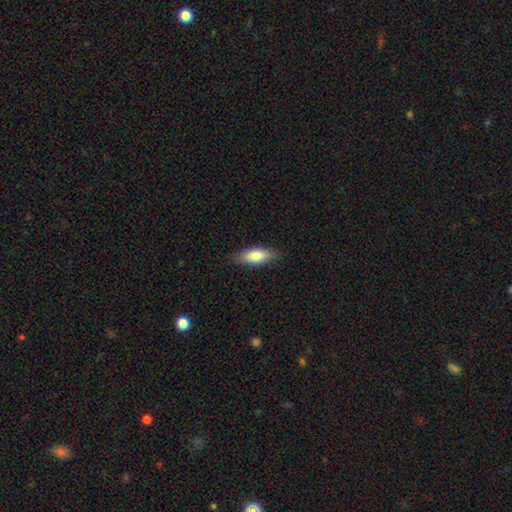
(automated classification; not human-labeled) Morphology: type=smooth (82%); roundness=in between (72%); merging=none (85%).